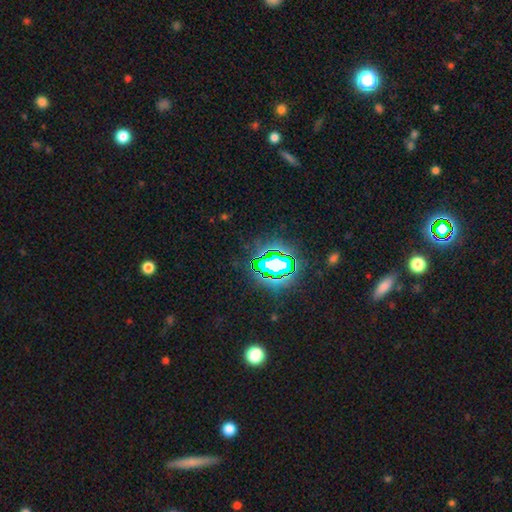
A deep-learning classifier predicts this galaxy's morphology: Overall: star or artifact (82%).